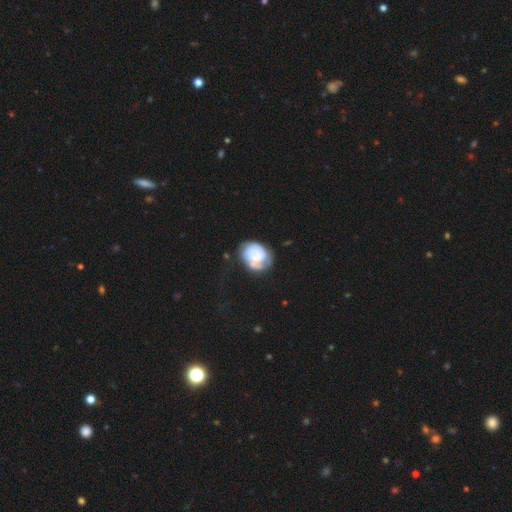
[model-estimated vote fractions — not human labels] Smooth or featured? Predicted: featured or disk (p=0.55). Edge-on disk? Predicted: no (p=0.98). Bar? Predicted: no (p=0.71). Spiral arms? Predicted: yes (p=0.67). Bulge size? Predicted: none (p=0.38). Merging? Predicted: none (p=0.50).